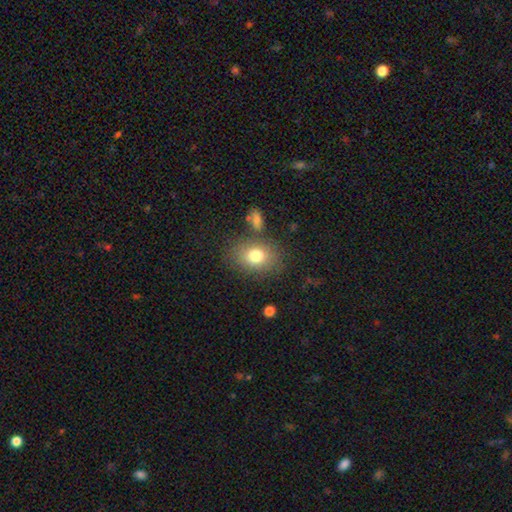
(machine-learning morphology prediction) Smooth or featured: smooth — 78% (featured or disk — 12%)
How rounded: in between — 65% (round — 34%)
Merging: none — 75% (minor disturbance — 13%)